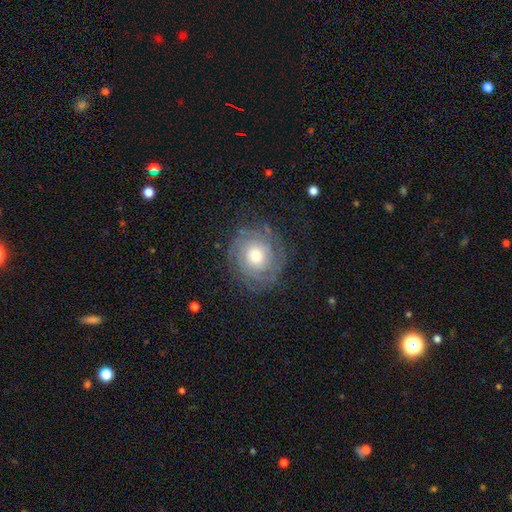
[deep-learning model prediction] Overall: featured or disk (78%). Edge-on disk: no (97%). Bar: no (80%). Spiral arms: yes (94%). Spiral arm count: can't tell (39%; 3 16%). Spiral winding: tight (76%). Bulge size: moderate (60%; small 25%). Merging: none (79%).